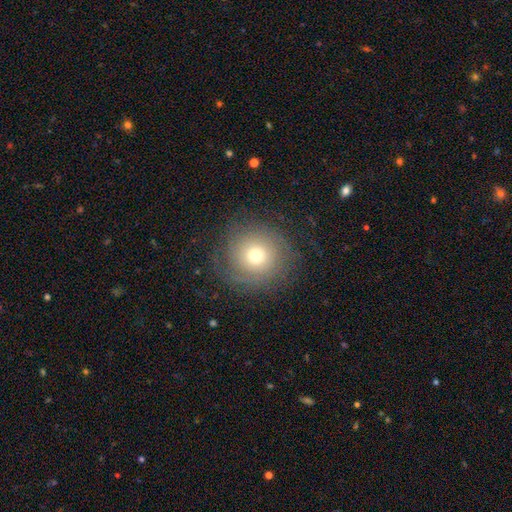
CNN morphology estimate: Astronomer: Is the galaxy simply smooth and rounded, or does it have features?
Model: smooth — 49% (runner-up: featured or disk, 37%).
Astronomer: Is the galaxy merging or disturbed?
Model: none — 78%.